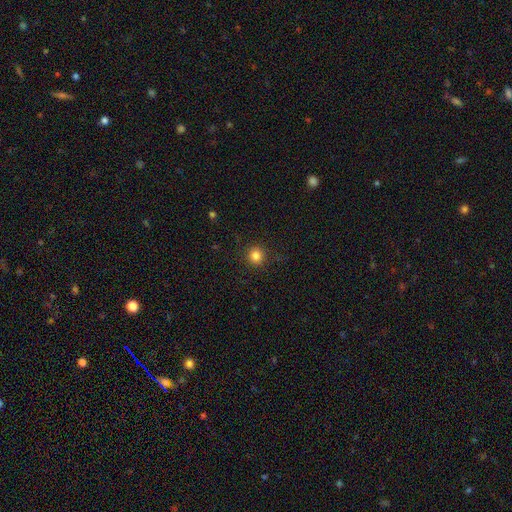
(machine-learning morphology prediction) The model was most divided on "smooth or featured": smooth: 83%, star or artifact: 12%, featured or disk: 5%. More confident: how rounded — round (92%); merging — none (89%).